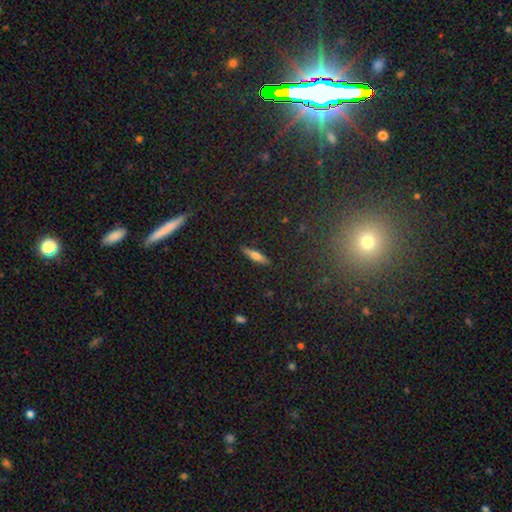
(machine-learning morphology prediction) smooth-or-featured: smooth: 60% | featured or disk: 31% | star or artifact: 8%
  how-rounded: cigar-shaped: 76% | in between: 21% | round: 2%
  merging: none: 88% | minor disturbance: 8% | major disturbance: 2% | merger: 1%